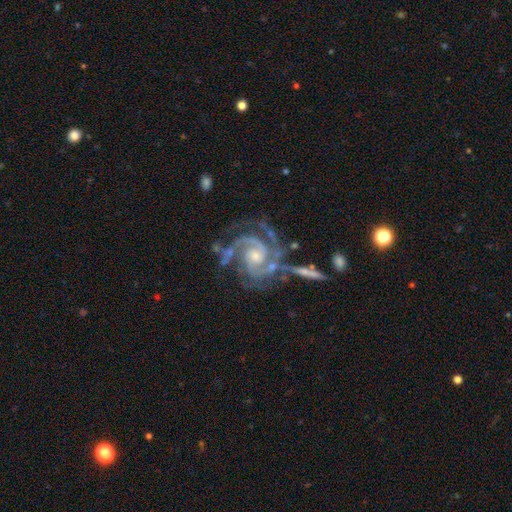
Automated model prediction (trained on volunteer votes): smooth-or-featured: featured or disk: 92% | star or artifact: 5% | smooth: 3%
  disk-edge-on: no: 98% | yes: 2%
    bar: no: 59% | weak: 30% | strong: 12%
    has-spiral-arms: yes: 99% | no: 1%
      spiral-winding: tight: 63% | medium: 33% | loose: 4%
      spiral-arm-count: 2: 57% | 3: 26% | can't tell: 6% | 4: 5% | 1: 3% | more than 4: 3%
    bulge-size: small: 51% | moderate: 42% | none: 3% | large: 3% | dominant: 1%
  merging: none: 58% | minor disturbance: 20% | major disturbance: 13% | merger: 10%